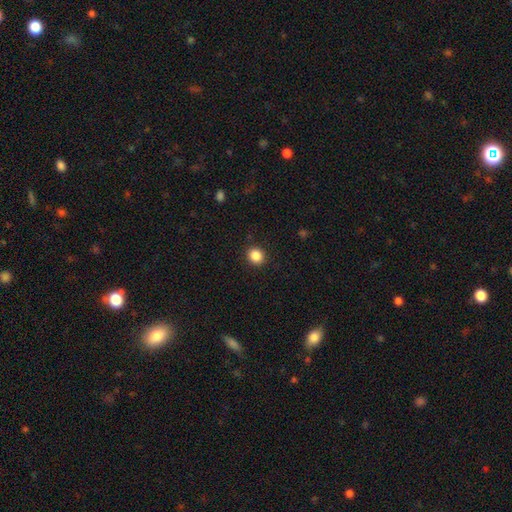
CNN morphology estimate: Smooth or featured?
  - smooth: 87% *
  - star or artifact: 10%
  - featured or disk: 3%
How rounded?
  - round: 79% *
  - in between: 20%
  - cigar-shaped: 1%
Merging?
  - none: 91% *
  - minor disturbance: 6%
  - major disturbance: 2%
  - merger: 1%